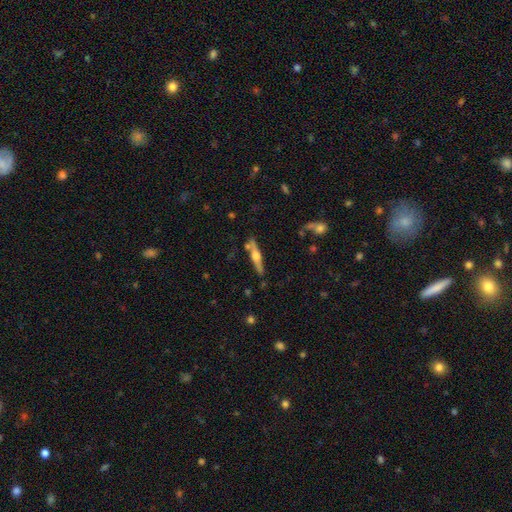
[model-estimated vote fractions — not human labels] smooth-or-featured: featured or disk: 67% | smooth: 27% | star or artifact: 6%
  disk-edge-on: yes: 96% | no: 4%
    edge-on-bulge: rounded: 93% | boxy: 5% | none: 3%
  merging: none: 79% | minor disturbance: 11% | merger: 7% | major disturbance: 3%